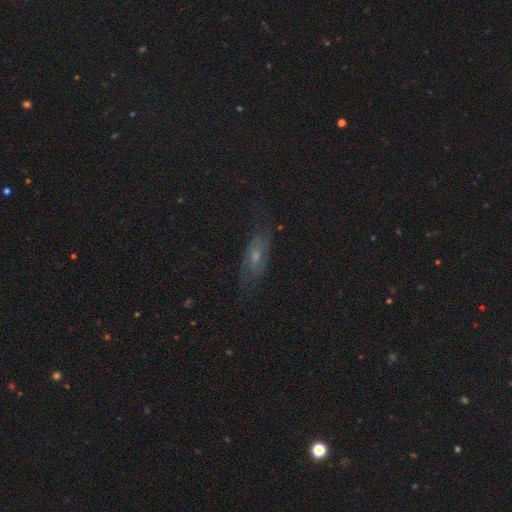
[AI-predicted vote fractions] Morphology: type=featured or disk (53%); edge-on=no (78%); merging=none (69%).